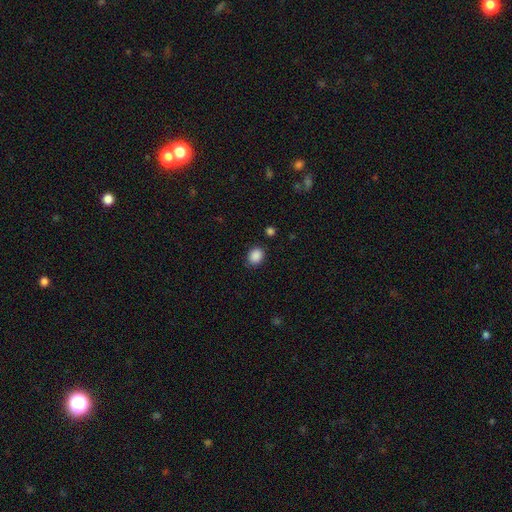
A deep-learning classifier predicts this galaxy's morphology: Smooth or featured? Predicted: smooth (p=0.88). How rounded? Predicted: round (p=0.51). Merging? Predicted: none (p=0.84).